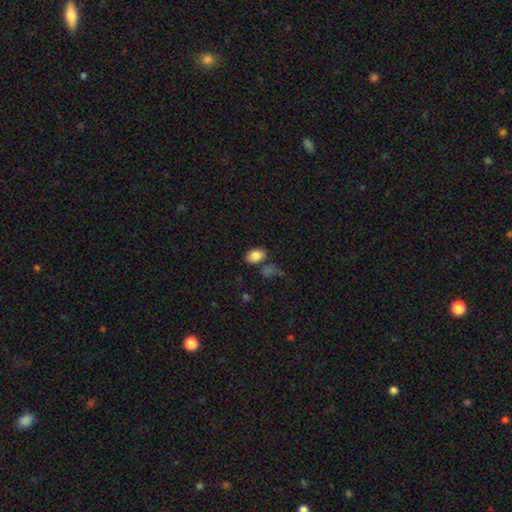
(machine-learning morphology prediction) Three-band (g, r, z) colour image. It shows a smooth galaxy with no disk features (84%) that is in between round and cigar-shaped (86%). Merging: none (71%).